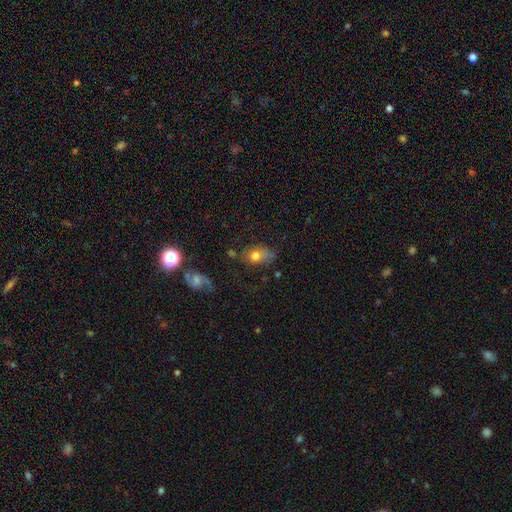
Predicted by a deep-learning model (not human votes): smooth 67%, featured or disk 22%, star or artifact 11%. Down the decision tree: how rounded — in between (76%); merging — none (48%).